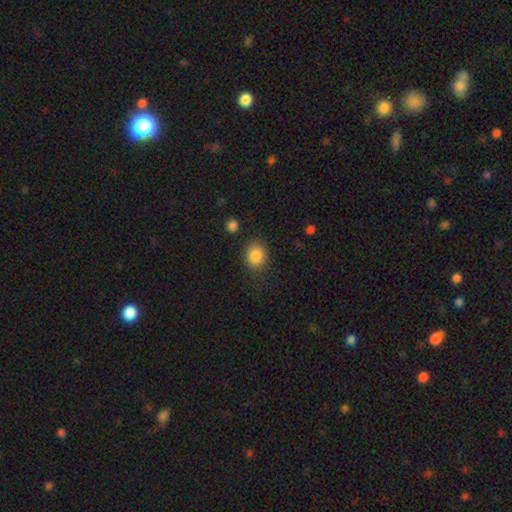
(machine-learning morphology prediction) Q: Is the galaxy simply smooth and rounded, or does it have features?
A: smooth — 86%.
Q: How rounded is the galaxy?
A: round — 67%.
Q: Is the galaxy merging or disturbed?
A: none — 77%.